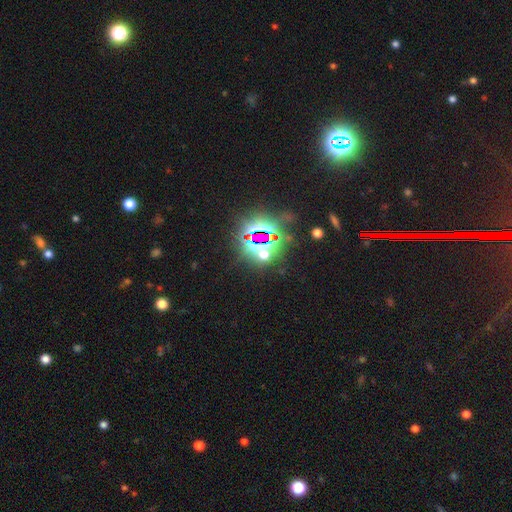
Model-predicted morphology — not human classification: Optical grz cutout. It shows a star or artifact, not a galaxy (81%).